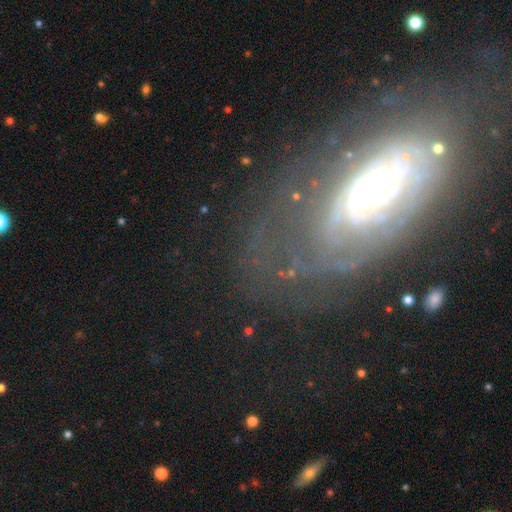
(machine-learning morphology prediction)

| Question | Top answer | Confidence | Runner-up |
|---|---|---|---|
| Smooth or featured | featured or disk | 75% | smooth (15%) |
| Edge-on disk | no | 90% | yes (10%) |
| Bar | no | 69% | weak (21%) |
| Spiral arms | yes | 81% | no (19%) |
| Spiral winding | tight | 69% | medium (22%) |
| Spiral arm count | can't tell | 56% | 2 (18%) |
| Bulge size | moderate | 43% | small (40%) |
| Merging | none | 65% | minor disturbance (18%) |